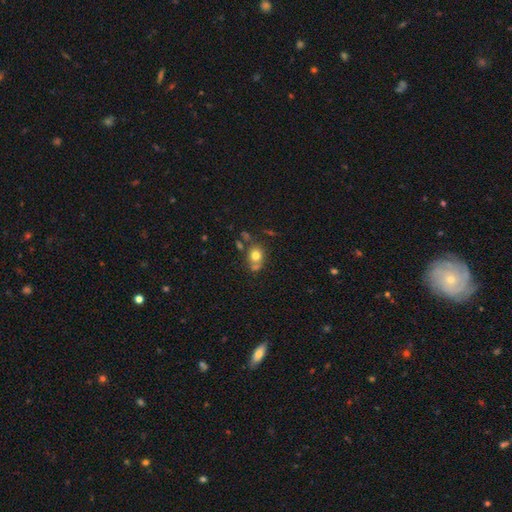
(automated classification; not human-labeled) smooth_or_featured: smooth (p=0.74) [alt: featured or disk p=0.14]
how_rounded: round (p=0.63) [alt: in between p=0.36]
merging: none (p=0.53) [alt: merger p=0.25]